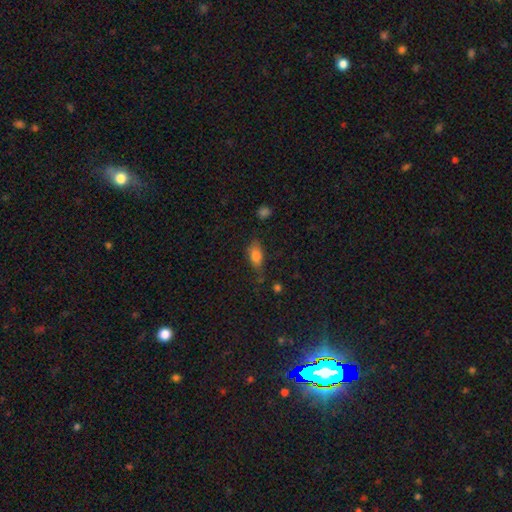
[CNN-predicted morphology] Smooth or featured?
  - smooth: 79% *
  - featured or disk: 11%
  - star or artifact: 10%
How rounded?
  - in between: 85% *
  - cigar-shaped: 9%
  - round: 6%
Merging?
  - none: 59% *
  - minor disturbance: 28%
  - major disturbance: 9%
  - merger: 4%